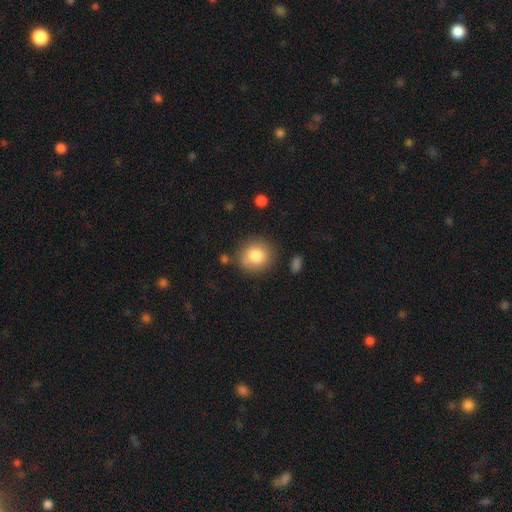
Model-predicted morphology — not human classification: Smooth or featured? Predicted: smooth (p=0.82). How rounded? Predicted: round (p=0.83). Merging? Predicted: none (p=0.78).